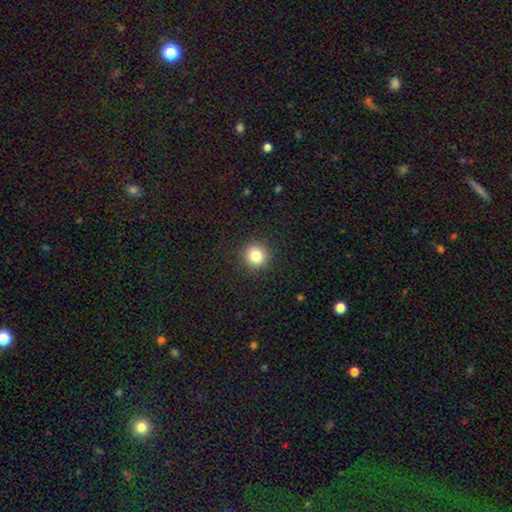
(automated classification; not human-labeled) A smooth galaxy with no disk features (82%) that is round (94%).

Vote fractions:
- Smooth or featured? smooth: 82% / star or artifact: 11% / featured or disk: 6%
- How rounded? round: 94% / in between: 5% / cigar-shaped: 1%
- Merging? none: 92% / minor disturbance: 5% / major disturbance: 2% / merger: 1%